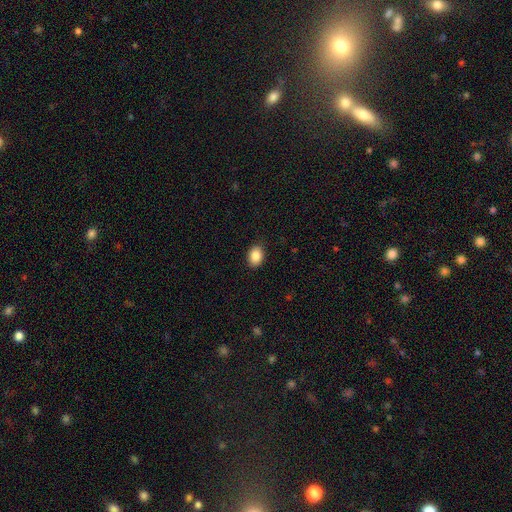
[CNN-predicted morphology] A smooth galaxy with no disk features (87%) that is in between round and cigar-shaped (77%).

Vote fractions:
- Smooth or featured? smooth: 87% / star or artifact: 8% / featured or disk: 5%
- How rounded? in between: 77% / round: 22% / cigar-shaped: 1%
- Merging? none: 87% / minor disturbance: 10% / major disturbance: 2% / merger: 1%